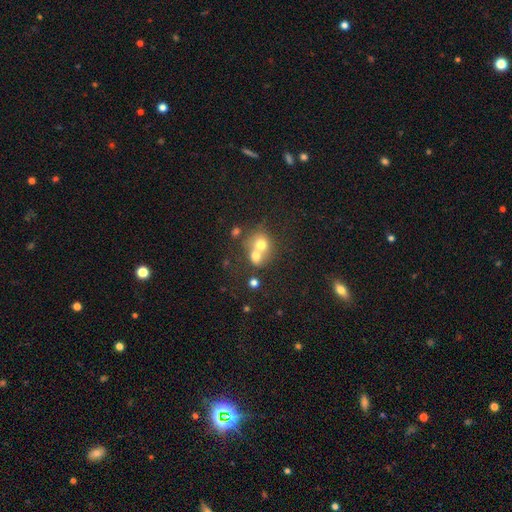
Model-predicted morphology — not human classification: A smooth galaxy with no disk features (68%) that is round (68%). Merging: merger (65%).